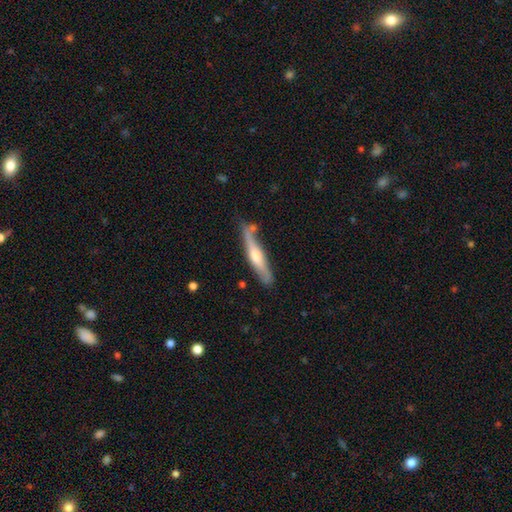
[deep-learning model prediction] This appears to be a featured or disk galaxy (53%) viewed edge-on (89%). Merging: none (68%).